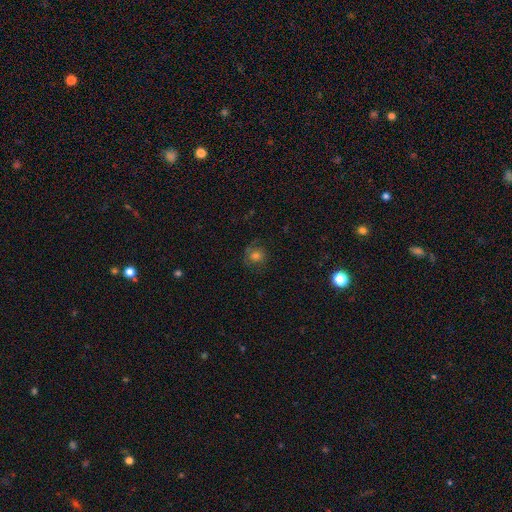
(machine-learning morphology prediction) Smooth or featured? smooth (64%)
How rounded? round (84%)
Merging? none (70%)